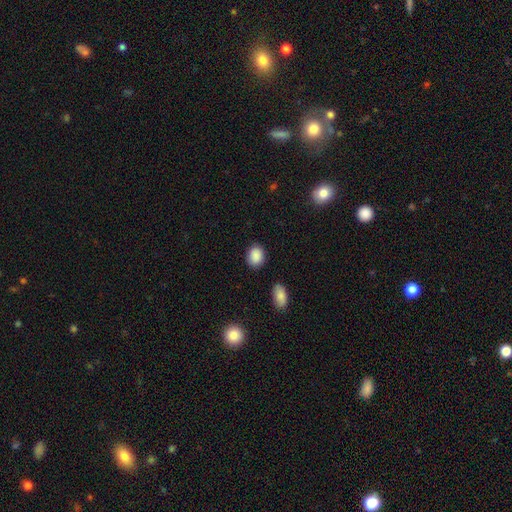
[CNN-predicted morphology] A smooth galaxy with no disk features (89%) that is in between round and cigar-shaped (60%). Merging: none (84%).